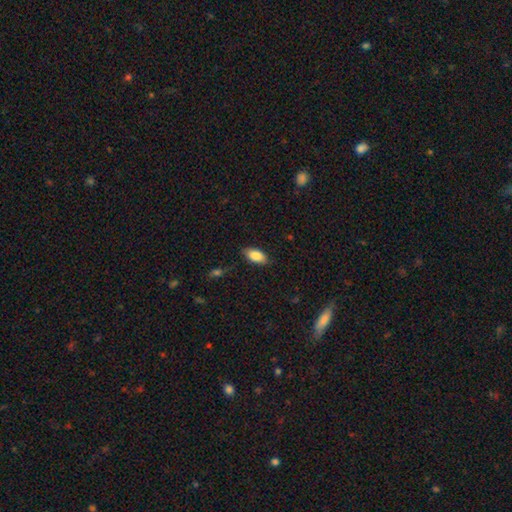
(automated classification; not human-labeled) A smooth galaxy with no disk features (86%) that is in between round and cigar-shaped (91%). Merging: none (83%).